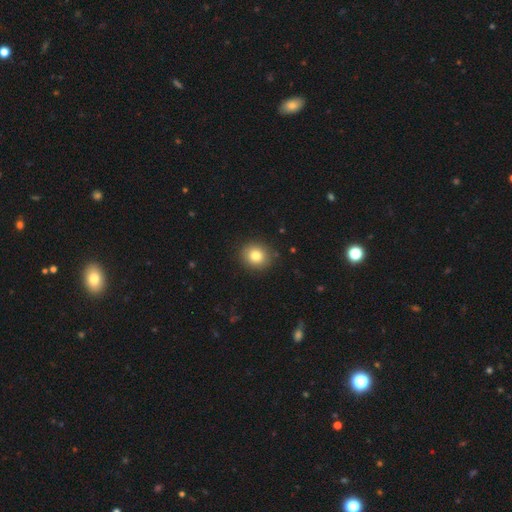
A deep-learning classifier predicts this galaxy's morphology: A smooth galaxy with no disk features (81%) that is round (82%).

Vote fractions:
- Smooth or featured? smooth: 81% / star or artifact: 10% / featured or disk: 9%
- How rounded? round: 82% / in between: 17% / cigar-shaped: 1%
- Merging? none: 89% / minor disturbance: 7% / major disturbance: 2% / merger: 1%